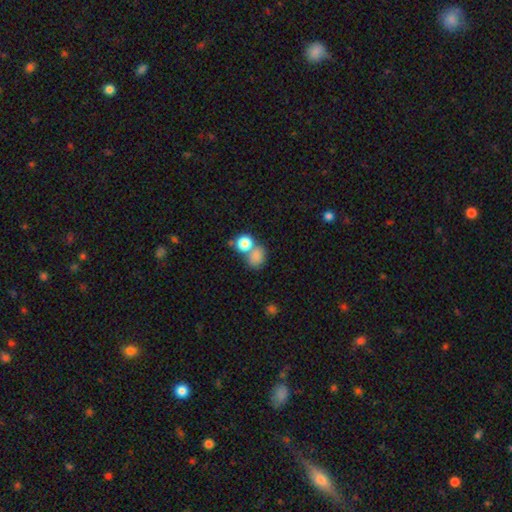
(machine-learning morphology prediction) A smooth galaxy with no disk features (80%) that is round (62%).

Vote fractions:
- Smooth or featured? smooth: 80% / star or artifact: 11% / featured or disk: 8%
- How rounded? round: 62% / in between: 36% / cigar-shaped: 1%
- Merging? merger: 45% / none: 39% / minor disturbance: 11% / major disturbance: 6%